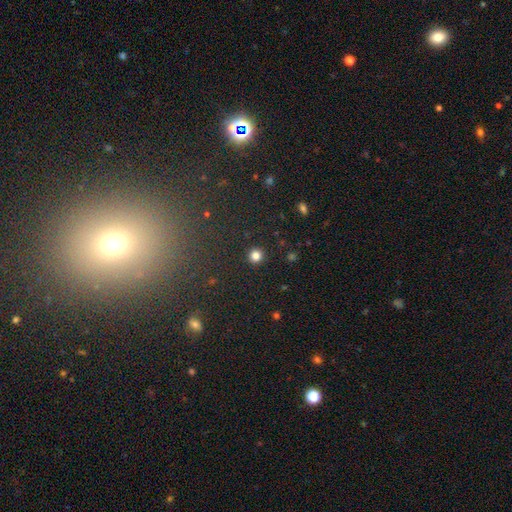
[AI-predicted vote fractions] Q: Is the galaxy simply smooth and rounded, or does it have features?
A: smooth — 83%.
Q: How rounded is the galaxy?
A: round — 94%.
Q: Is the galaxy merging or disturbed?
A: none — 93%.